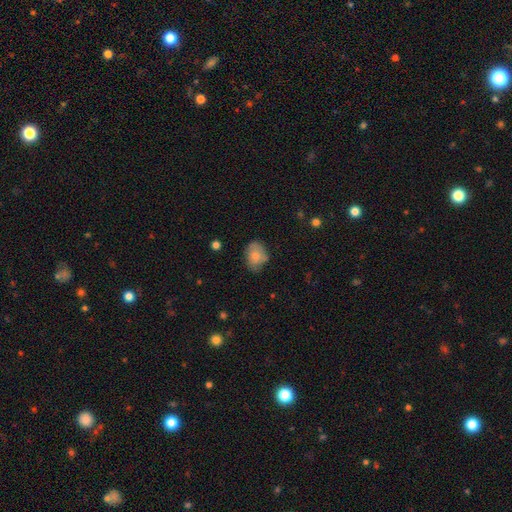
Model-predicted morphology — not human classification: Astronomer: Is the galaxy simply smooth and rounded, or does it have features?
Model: smooth — 72%.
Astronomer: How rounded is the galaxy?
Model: in between — 64%.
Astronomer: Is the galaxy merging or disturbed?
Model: none — 63%.